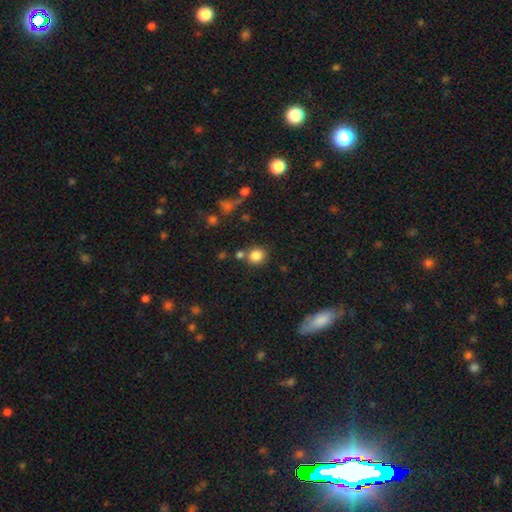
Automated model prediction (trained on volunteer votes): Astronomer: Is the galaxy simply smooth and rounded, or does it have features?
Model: smooth — 83%.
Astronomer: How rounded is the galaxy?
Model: round — 83%.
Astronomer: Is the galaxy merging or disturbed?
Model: none — 70%.